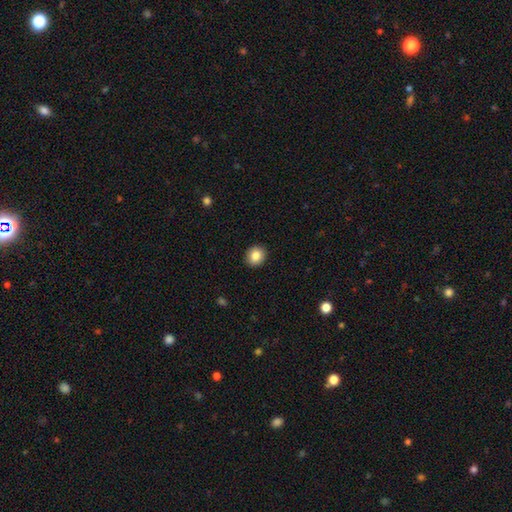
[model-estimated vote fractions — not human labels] Overall: smooth (84%). How rounded: round (77%). Merging: none (92%).